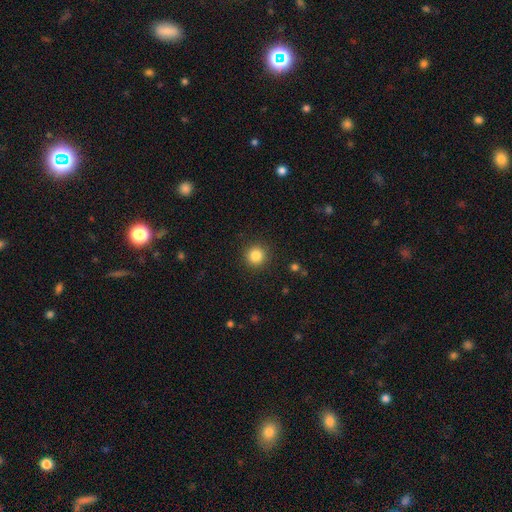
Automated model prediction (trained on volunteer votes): Smooth or featured? smooth (84%)
How rounded? round (95%)
Merging? none (91%)